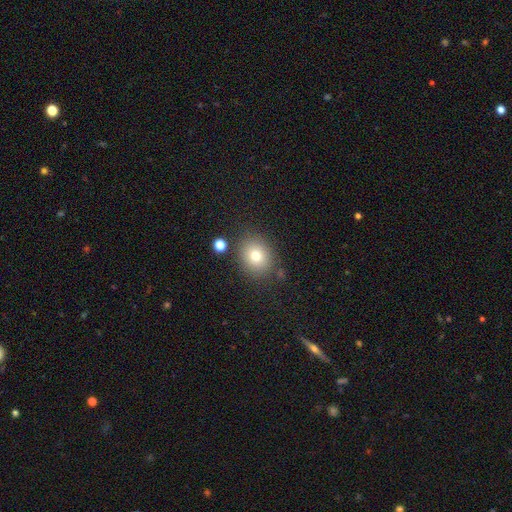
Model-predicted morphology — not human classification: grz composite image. It shows a smooth galaxy with no disk features (77%) that is round (70%). Merging: none (83%).